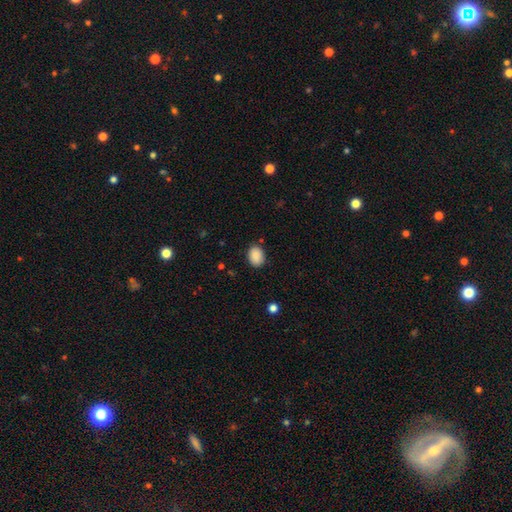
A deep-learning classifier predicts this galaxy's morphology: Smooth or featured?
  - smooth: 89% *
  - star or artifact: 7%
  - featured or disk: 3%
How rounded?
  - in between: 68% *
  - round: 31%
  - cigar-shaped: 1%
Merging?
  - none: 84% *
  - minor disturbance: 12%
  - major disturbance: 3%
  - merger: 1%